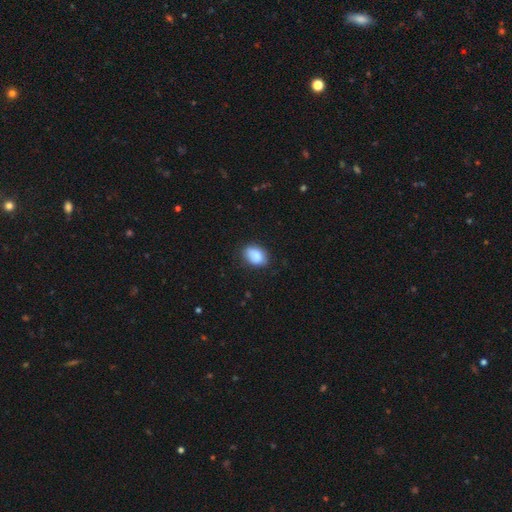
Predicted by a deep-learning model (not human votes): smooth-or-featured: smooth: 87% | star or artifact: 7% | featured or disk: 6%
  how-rounded: in between: 81% | round: 18% | cigar-shaped: 1%
  merging: none: 79% | minor disturbance: 16% | major disturbance: 3% | merger: 1%